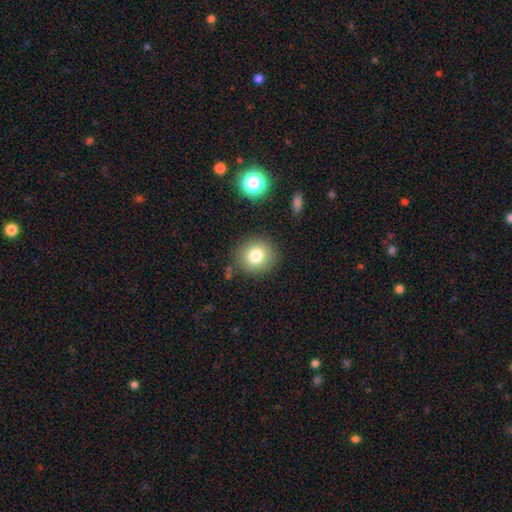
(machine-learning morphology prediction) A smooth galaxy with no disk features (79%) that is round (83%). Merging: none (85%).